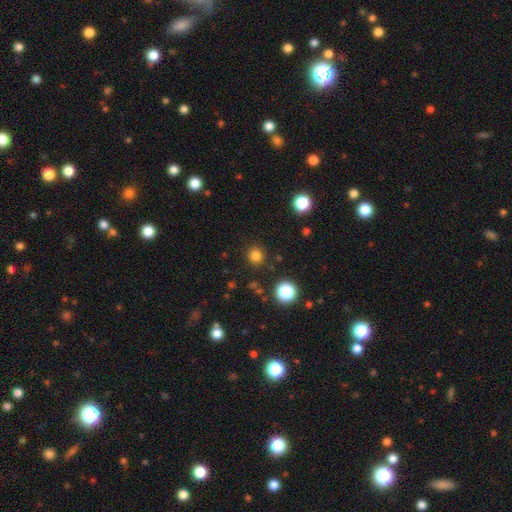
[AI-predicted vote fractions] This is clearly a smooth galaxy (81%). How rounded: clearly round (90%). Merging: clearly none (90%).